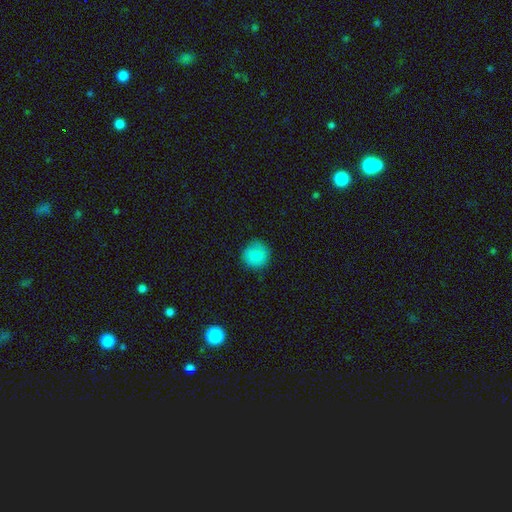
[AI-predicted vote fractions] A smooth galaxy with no disk features (85%) that is round (94%). Merging: none (84%).